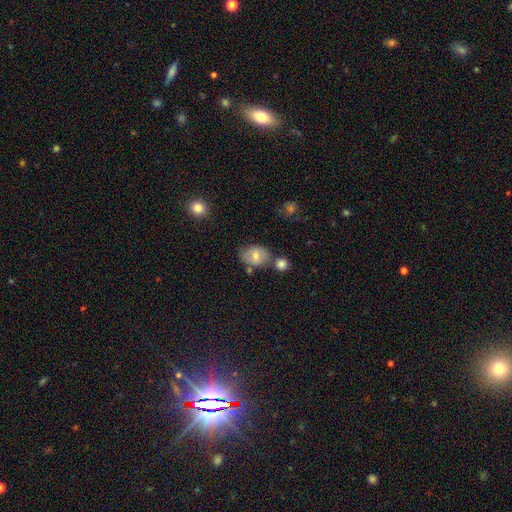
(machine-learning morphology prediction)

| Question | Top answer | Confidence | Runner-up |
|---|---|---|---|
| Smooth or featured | smooth | 68% | featured or disk (22%) |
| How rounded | in between | 62% | round (37%) |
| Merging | none | 63% | minor disturbance (17%) |